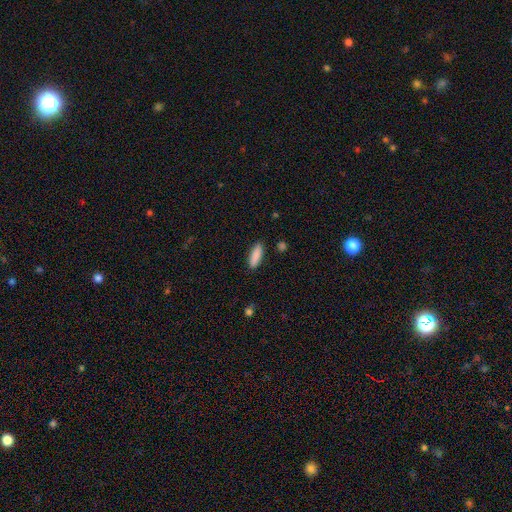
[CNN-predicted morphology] This is clearly a smooth galaxy (88%). How rounded: possibly in between (51%). Merging: clearly none (88%).